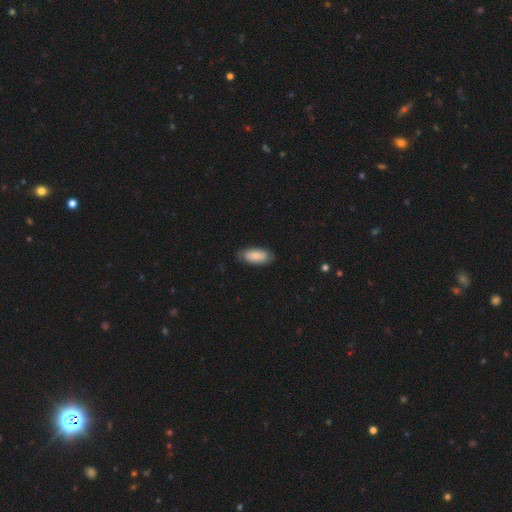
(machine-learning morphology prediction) This is clearly a smooth galaxy (83%). How rounded: clearly in between (91%). Merging: likely none (78%).